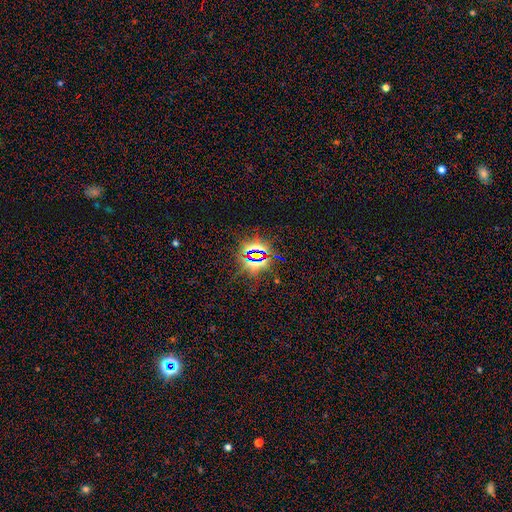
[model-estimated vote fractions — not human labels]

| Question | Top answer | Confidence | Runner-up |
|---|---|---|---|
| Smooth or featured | star or artifact | 80% | smooth (12%) |